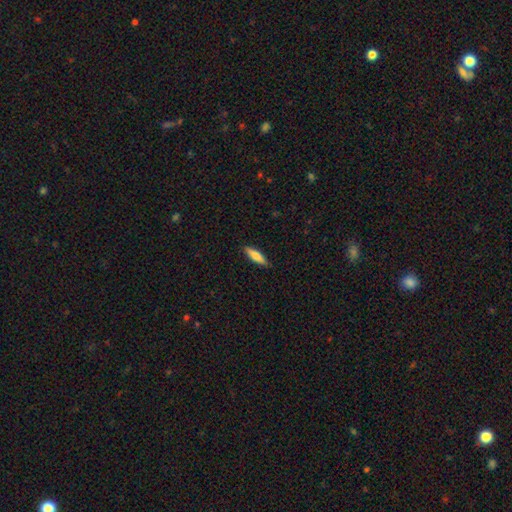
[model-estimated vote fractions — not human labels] Q: Smooth or featured?
A: smooth (71%); runner-up: featured or disk (23%)
Q: How rounded?
A: cigar-shaped (64%); runner-up: in between (34%)
Q: Merging?
A: none (87%); runner-up: minor disturbance (10%)